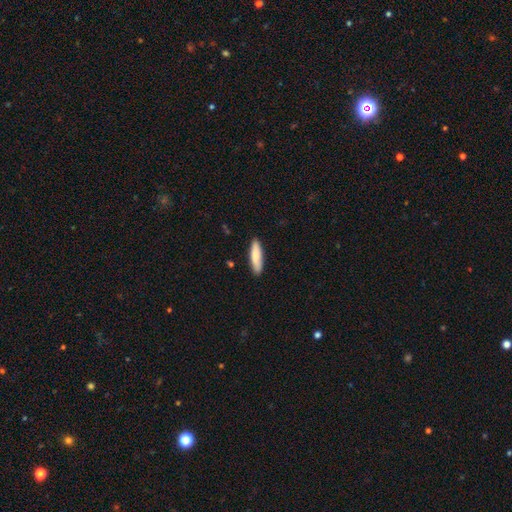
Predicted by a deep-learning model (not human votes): This appears to be a smooth galaxy with no disk features (83%) that is cigar-shaped (66%). Merging: none (88%).